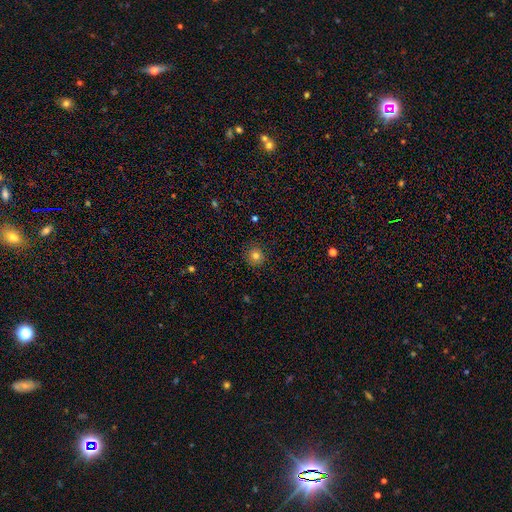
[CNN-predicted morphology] The model was most divided on "smooth or featured": smooth: 79%, star or artifact: 13%, featured or disk: 8%. More confident: how rounded — round (93%); merging — none (89%).